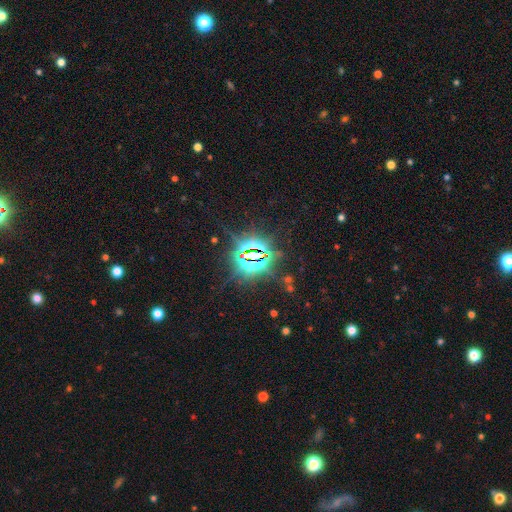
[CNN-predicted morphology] star or artifact 84%, smooth 8%, featured or disk 8%.